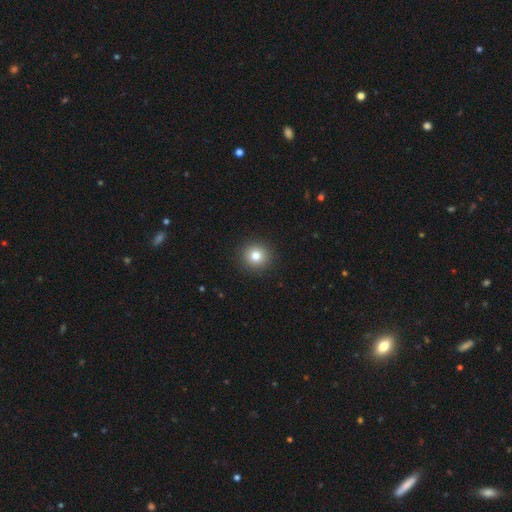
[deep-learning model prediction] Smooth or featured: smooth — 82% (star or artifact — 12%)
How rounded: round — 94% (in between — 6%)
Merging: none — 92% (minor disturbance — 5%)